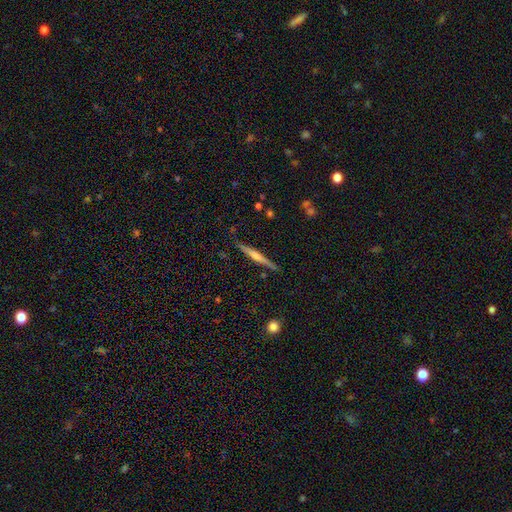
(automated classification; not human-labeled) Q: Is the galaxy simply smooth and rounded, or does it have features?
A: featured or disk — 69%.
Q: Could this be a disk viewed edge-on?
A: yes — 98%.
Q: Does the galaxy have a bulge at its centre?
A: rounded — 68%.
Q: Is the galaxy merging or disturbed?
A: none — 89%.